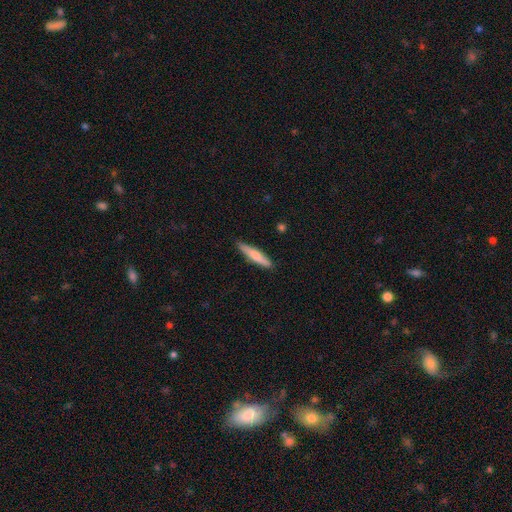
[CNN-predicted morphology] Smooth or featured? smooth (69%)
How rounded? cigar-shaped (87%)
Merging? none (87%)